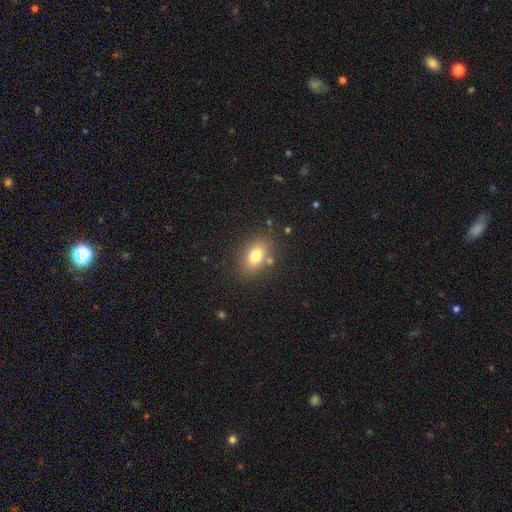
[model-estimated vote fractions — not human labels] A smooth galaxy with no disk features (77%) that is in between round and cigar-shaped (77%).

Vote fractions:
- Smooth or featured? smooth: 77% / featured or disk: 12% / star or artifact: 11%
- How rounded? in between: 77% / round: 21% / cigar-shaped: 2%
- Merging? none: 78% / minor disturbance: 12% / merger: 6% / major disturbance: 4%